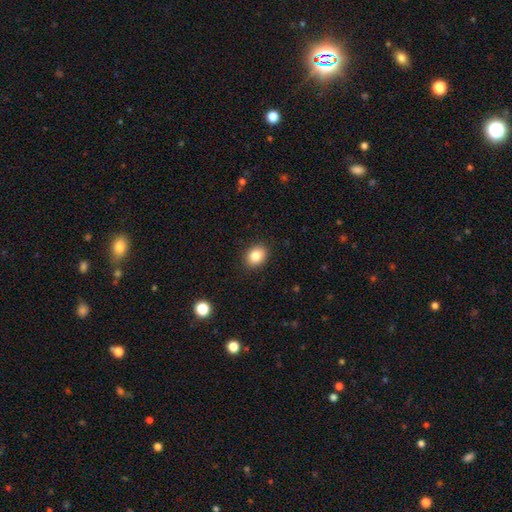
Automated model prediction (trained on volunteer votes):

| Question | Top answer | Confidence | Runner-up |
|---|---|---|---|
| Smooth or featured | smooth | 85% | star or artifact (9%) |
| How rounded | in between | 53% | round (46%) |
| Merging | none | 89% | minor disturbance (8%) |